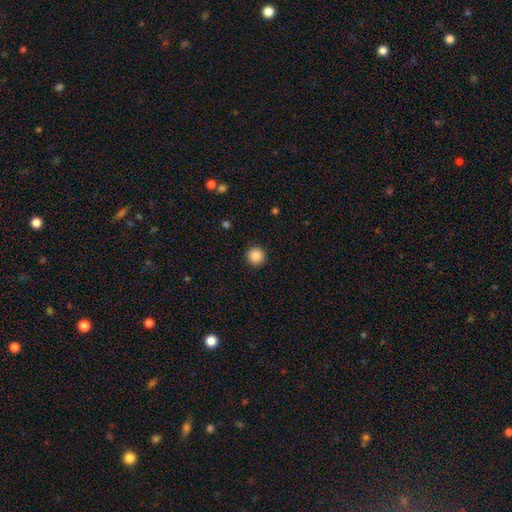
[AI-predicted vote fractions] Smooth or featured? Predicted: smooth (p=0.87). How rounded? Predicted: round (p=0.96). Merging? Predicted: none (p=0.93).